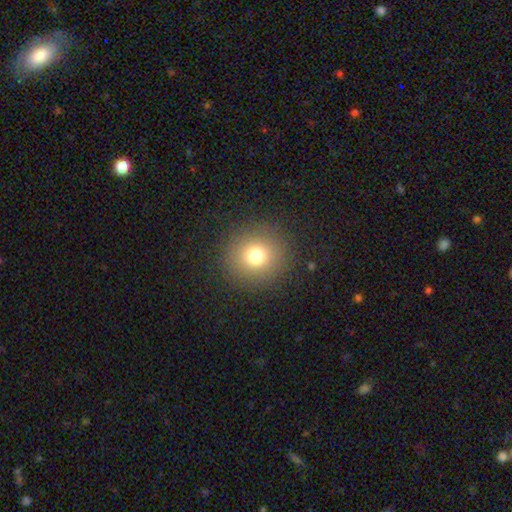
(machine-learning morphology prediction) Smooth or featured? Predicted: smooth (p=0.75). How rounded? Predicted: round (p=0.93). Merging? Predicted: none (p=0.89).